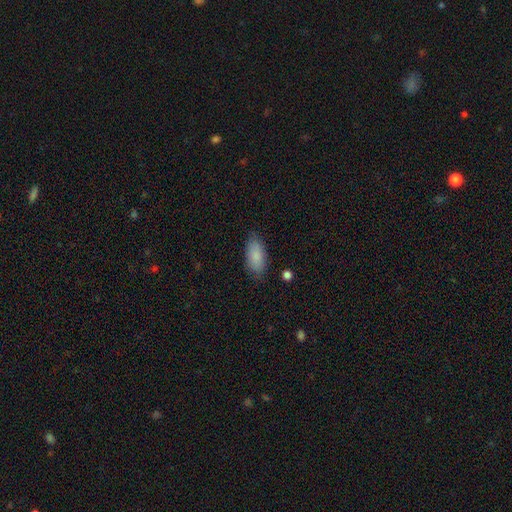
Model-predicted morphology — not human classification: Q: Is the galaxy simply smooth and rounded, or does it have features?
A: smooth — 87%.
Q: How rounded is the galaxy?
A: in between — 88%.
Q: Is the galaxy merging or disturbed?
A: none — 83%.